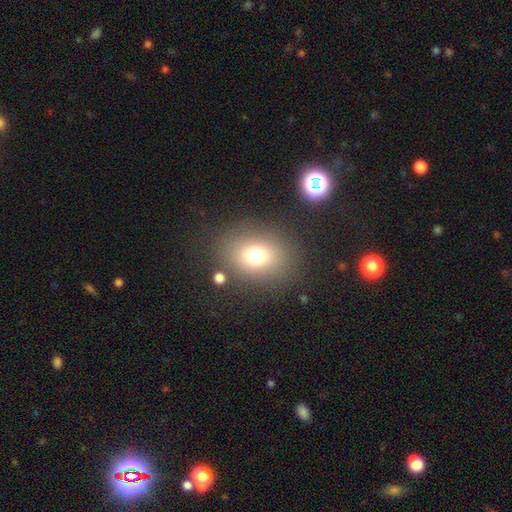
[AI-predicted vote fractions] smooth 73%, star or artifact 15%, featured or disk 11%. Down the decision tree: how rounded — in between (53%); merging — none (81%).